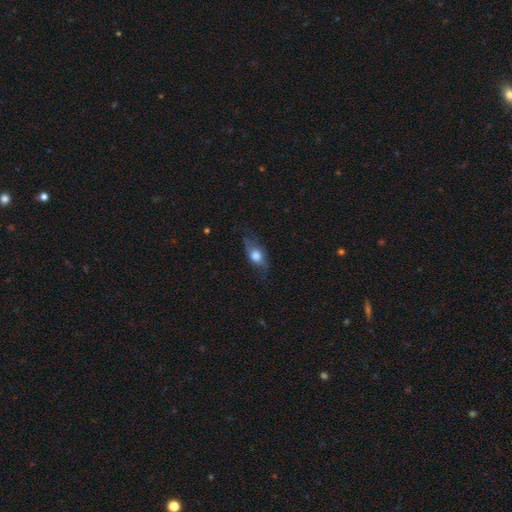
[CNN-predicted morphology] Overall: smooth (57%; featured or disk 34%). How rounded: in between (69%). Merging: none (61%; minor disturbance 26%).